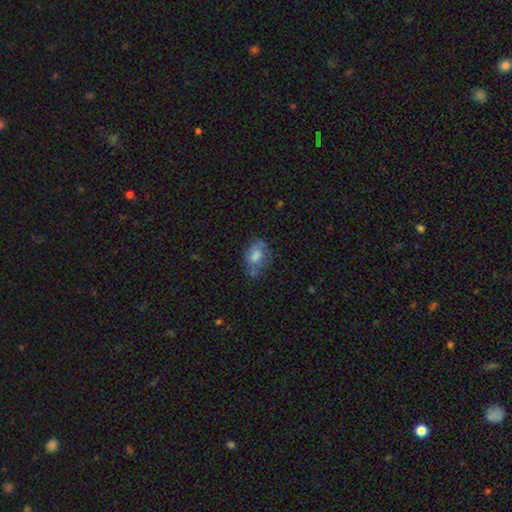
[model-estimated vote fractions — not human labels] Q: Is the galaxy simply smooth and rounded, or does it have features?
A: smooth — 56%.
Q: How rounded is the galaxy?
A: in between — 74%.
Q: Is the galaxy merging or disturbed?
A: none — 52%.